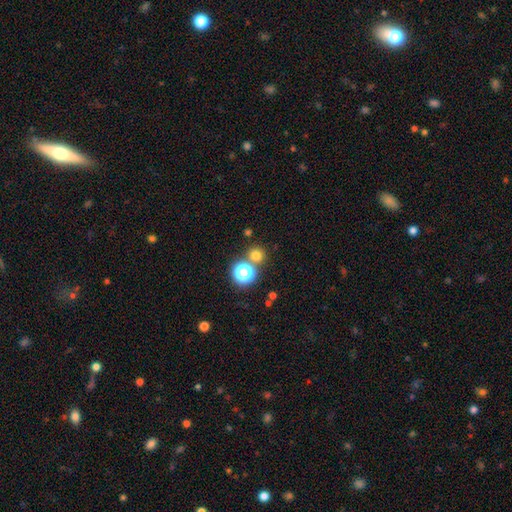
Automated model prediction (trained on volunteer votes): smooth 72%, star or artifact 22%, featured or disk 6%. Down the decision tree: how rounded — round (92%); merging — none (75%).